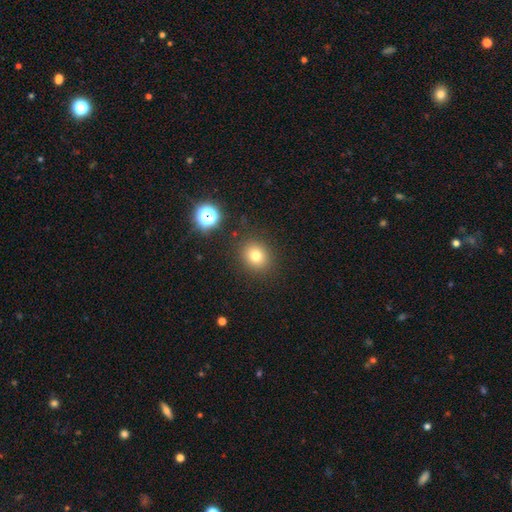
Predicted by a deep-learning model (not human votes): Overall: smooth (77%). How rounded: round (76%). Merging: none (86%).